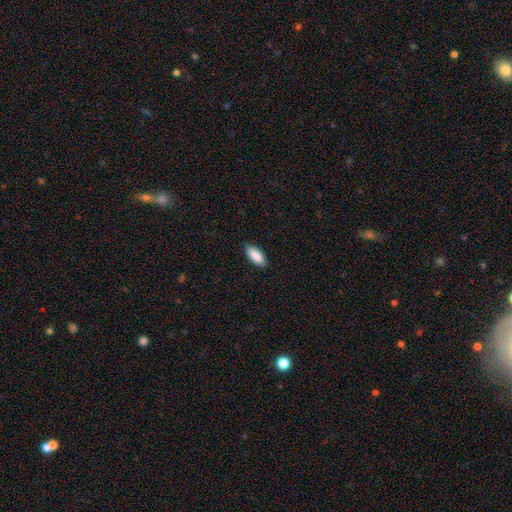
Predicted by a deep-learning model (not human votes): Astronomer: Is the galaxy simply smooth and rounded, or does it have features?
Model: smooth — 90%.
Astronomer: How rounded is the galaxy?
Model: in between — 85%.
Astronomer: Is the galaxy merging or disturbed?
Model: none — 88%.